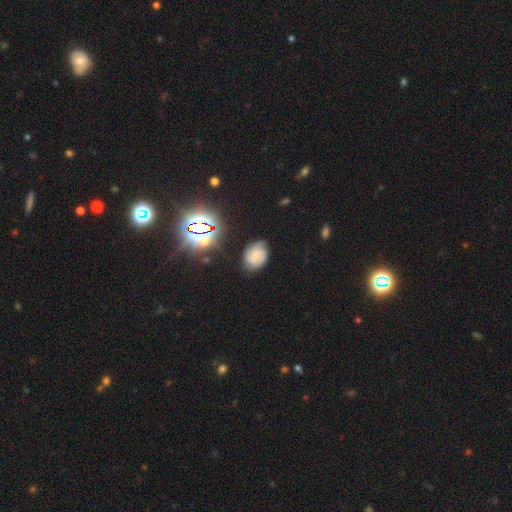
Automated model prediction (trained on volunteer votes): A featured or disk galaxy (50%).

Vote fractions:
- Smooth or featured? featured or disk: 50% / smooth: 36% / star or artifact: 14%
- Merging? none: 70% / minor disturbance: 22% / major disturbance: 6% / merger: 2%